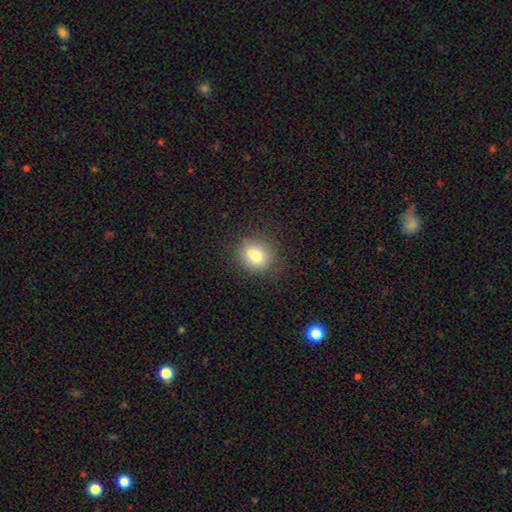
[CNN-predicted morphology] Smooth or featured? Predicted: smooth (p=0.73). How rounded? Predicted: round (p=0.76). Merging? Predicted: none (p=0.68).